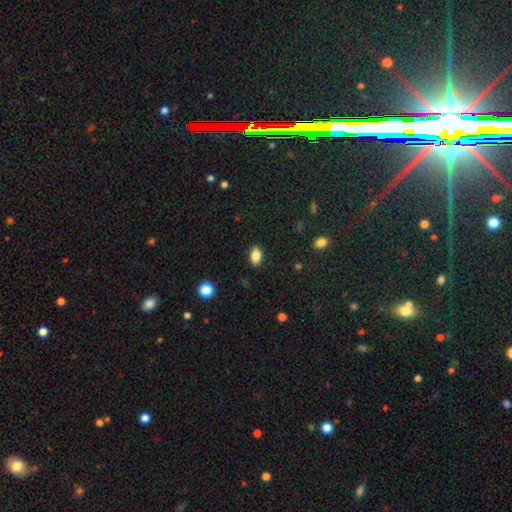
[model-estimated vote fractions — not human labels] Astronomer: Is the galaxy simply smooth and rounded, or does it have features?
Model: smooth — 83%.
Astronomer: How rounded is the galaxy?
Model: in between — 89%.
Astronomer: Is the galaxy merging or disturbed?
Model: none — 88%.